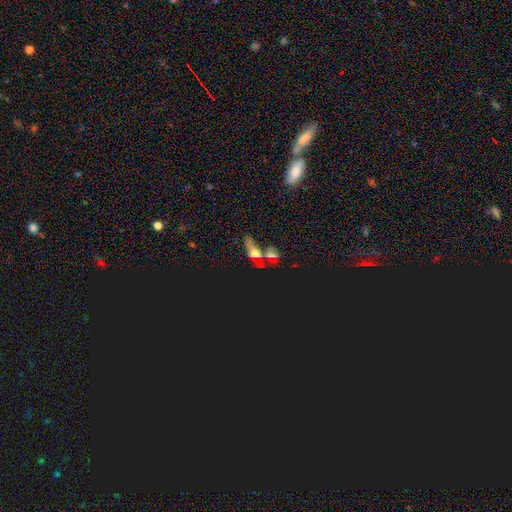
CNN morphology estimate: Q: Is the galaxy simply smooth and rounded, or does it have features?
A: star or artifact — 42%.